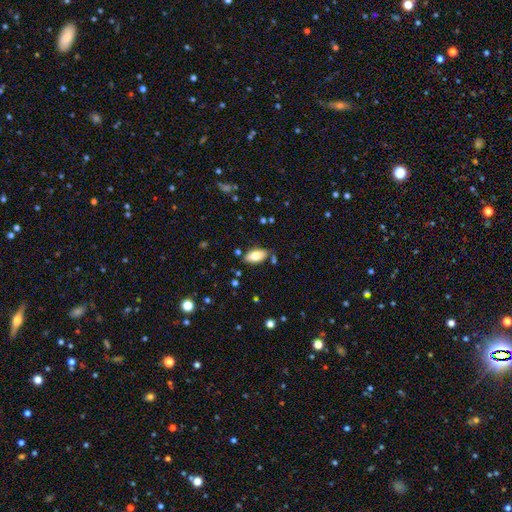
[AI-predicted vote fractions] The model was most divided on "smooth or featured": smooth: 76%, featured or disk: 17%, star or artifact: 7%. More confident: how rounded — in between (92%); merging — none (81%).